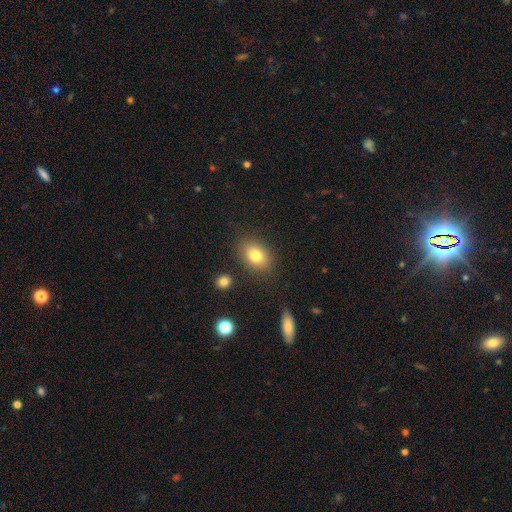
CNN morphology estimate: Smooth or featured? smooth (80%)
How rounded? in between (77%)
Merging? none (83%)